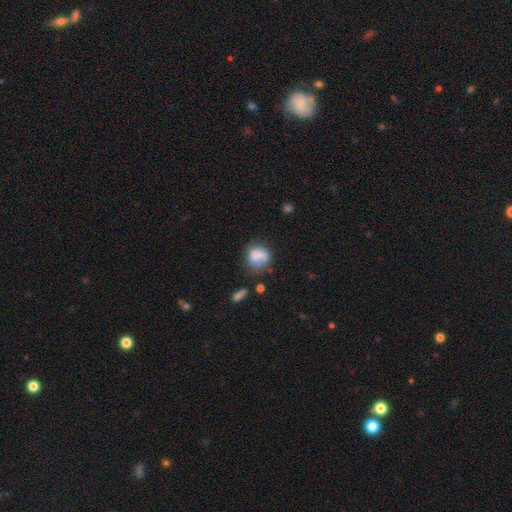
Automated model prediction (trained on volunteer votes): Q: Smooth or featured?
A: smooth (73%); runner-up: featured or disk (17%)
Q: How rounded?
A: round (71%); runner-up: in between (27%)
Q: Merging?
A: none (48%); runner-up: minor disturbance (28%)